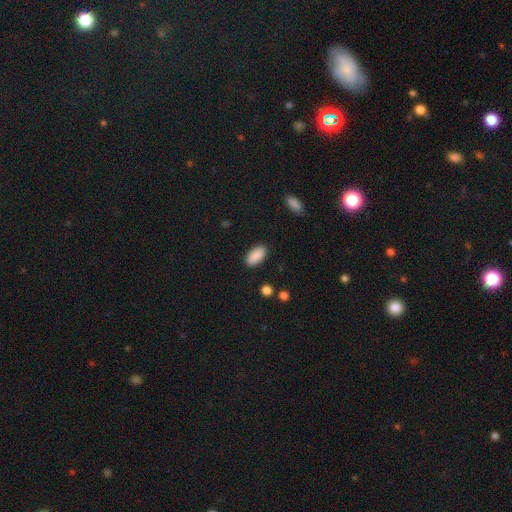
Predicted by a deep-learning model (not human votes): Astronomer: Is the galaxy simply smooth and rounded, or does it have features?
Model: smooth — 89%.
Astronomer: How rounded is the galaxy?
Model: in between — 92%.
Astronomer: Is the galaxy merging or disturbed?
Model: none — 88%.